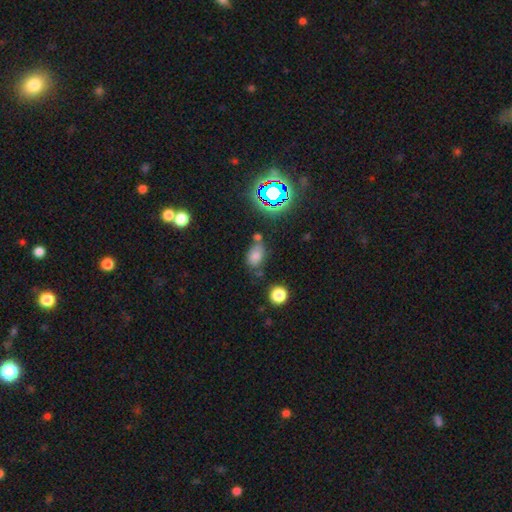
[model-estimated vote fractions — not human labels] The model was most divided on "merging": none: 57%, minor disturbance: 20%, merger: 16%, major disturbance: 7%. More confident: how rounded — in between (83%); smooth or featured — smooth (68%).